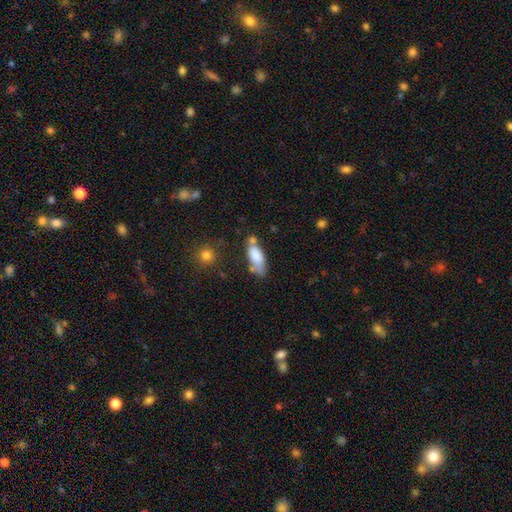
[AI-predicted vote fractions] smooth 80%, featured or disk 13%, star or artifact 8%. Down the decision tree: how rounded — in between (78%); merging — none (45%).